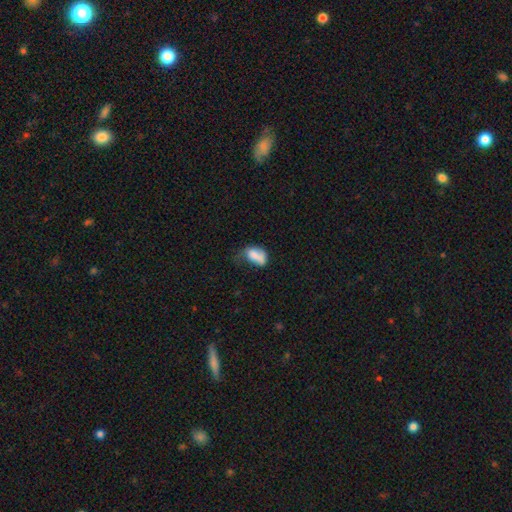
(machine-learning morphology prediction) type=smooth (71%); roundness=in between (86%); merging=minor disturbance (33%).